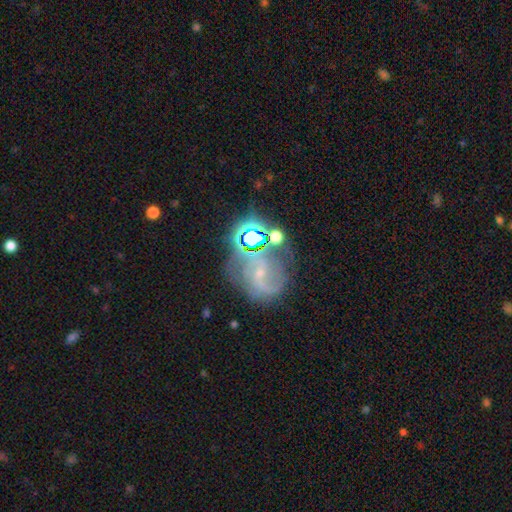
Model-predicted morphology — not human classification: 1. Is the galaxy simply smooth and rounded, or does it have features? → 58% featured or disk, 25% star or artifact, 17% smooth.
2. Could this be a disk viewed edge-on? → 97% no, 3% yes.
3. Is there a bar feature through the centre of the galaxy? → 40% weak, 37% no, 23% strong.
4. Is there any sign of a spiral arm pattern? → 76% yes, 24% no.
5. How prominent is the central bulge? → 73% small, 17% moderate, 7% none, 2% large, 2% dominant.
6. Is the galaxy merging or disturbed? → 52% none, 18% merger, 17% minor disturbance, 14% major disturbance.